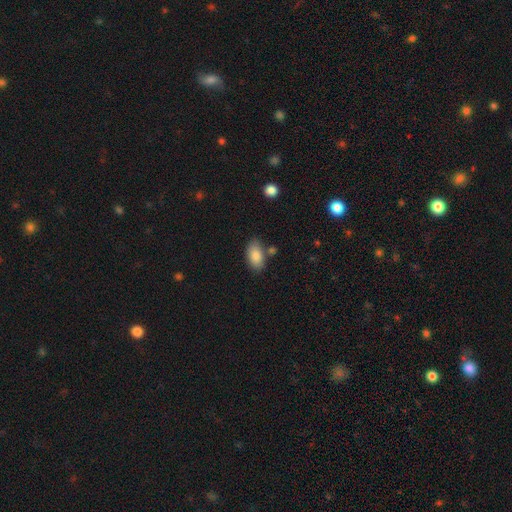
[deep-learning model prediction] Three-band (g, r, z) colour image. It shows a smooth galaxy with no disk features (86%) that is in between round and cigar-shaped (93%). Merging: none (72%).